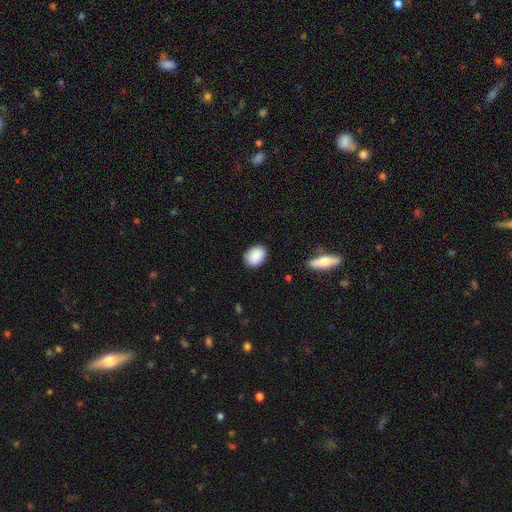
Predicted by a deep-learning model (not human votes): Overall: smooth (89%). How rounded: in between (66%; round 33%). Merging: none (85%).